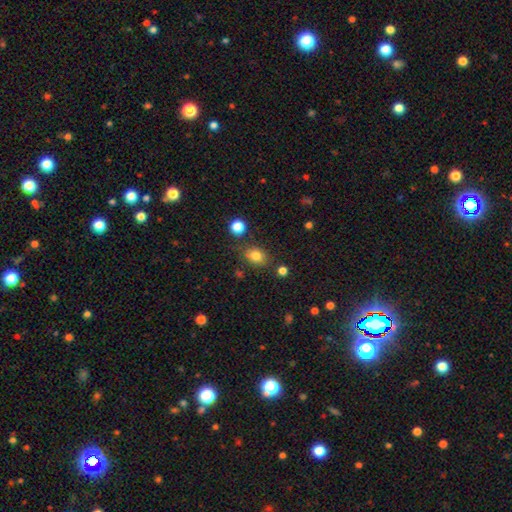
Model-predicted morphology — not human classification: Q: Smooth or featured?
A: smooth (80%); runner-up: star or artifact (12%)
Q: How rounded?
A: in between (55%); runner-up: round (44%)
Q: Merging?
A: none (74%); runner-up: minor disturbance (15%)